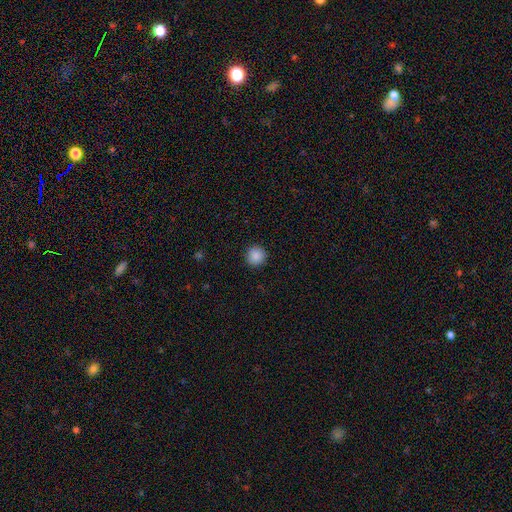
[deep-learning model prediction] The model was most divided on "smooth or featured": smooth: 88%, star or artifact: 9%, featured or disk: 3%. More confident: how rounded — round (95%); merging — none (93%).